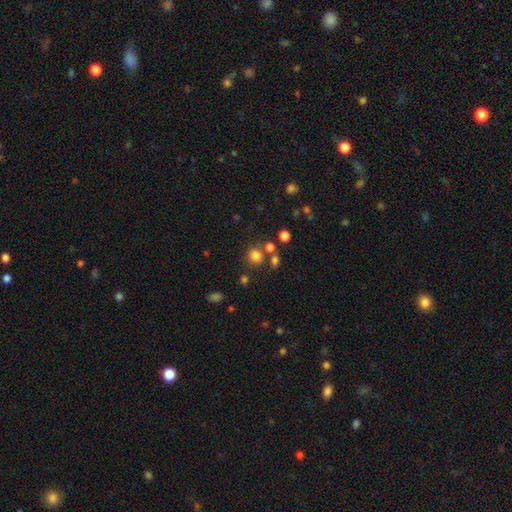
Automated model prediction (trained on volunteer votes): Q: Smooth or featured?
A: smooth (78%); runner-up: star or artifact (16%)
Q: How rounded?
A: round (83%); runner-up: in between (16%)
Q: Merging?
A: none (72%); runner-up: merger (14%)